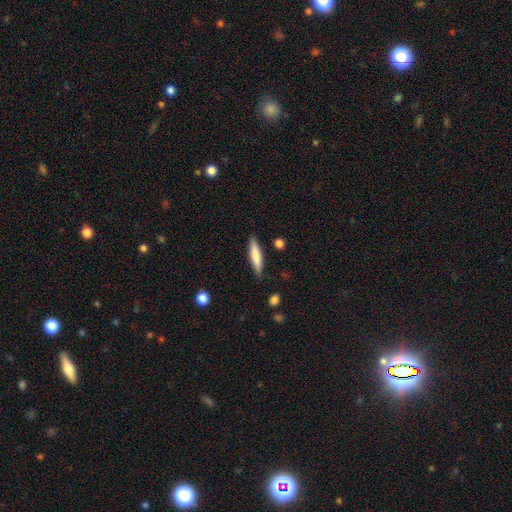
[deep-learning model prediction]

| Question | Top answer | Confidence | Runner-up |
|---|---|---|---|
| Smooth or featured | smooth | 76% | featured or disk (19%) |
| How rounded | cigar-shaped | 82% | in between (17%) |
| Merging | none | 84% | minor disturbance (12%) |